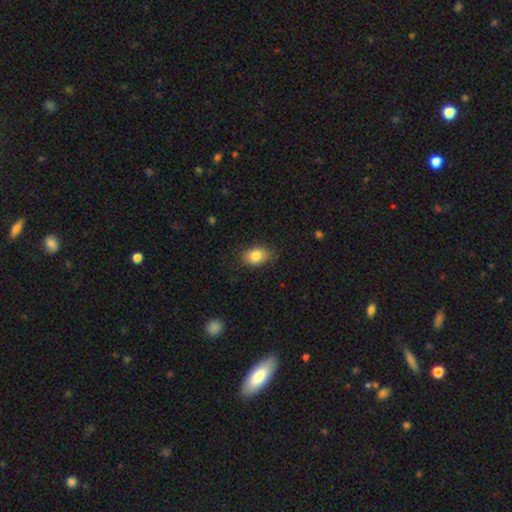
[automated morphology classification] Smooth or featured? smooth (85%)
How rounded? in between (81%)
Merging? none (79%)